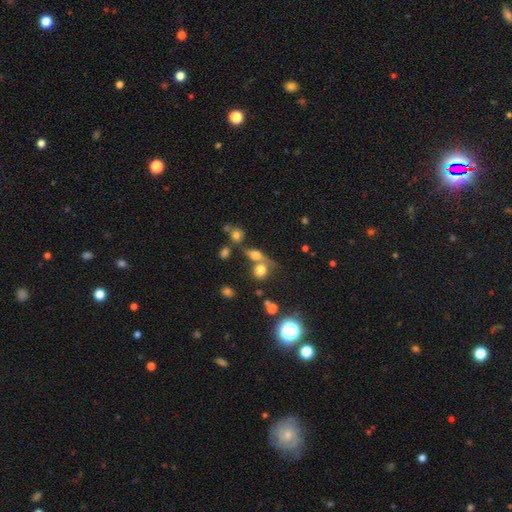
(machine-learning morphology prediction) smooth-or-featured: smooth: 62% | star or artifact: 20% | featured or disk: 17%
  how-rounded: round: 55% | in between: 37% | cigar-shaped: 9%
  merging: none: 43% | merger: 38% | minor disturbance: 11% | major disturbance: 8%